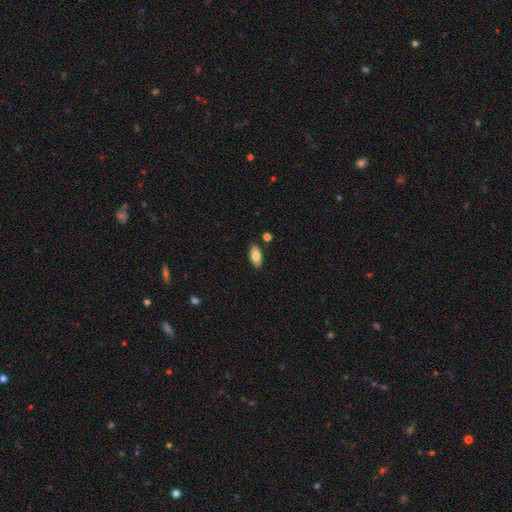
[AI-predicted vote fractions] This appears to be a smooth galaxy with no disk features (78%) that is in between round and cigar-shaped (89%). Merging: none (86%).